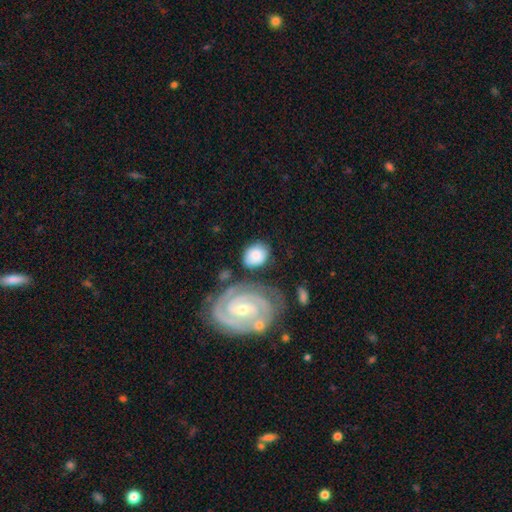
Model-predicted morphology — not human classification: The model was most divided on "how rounded": in between: 51%, round: 47%, cigar-shaped: 1%. More confident: merging — none (60%); smooth or featured — smooth (58%).